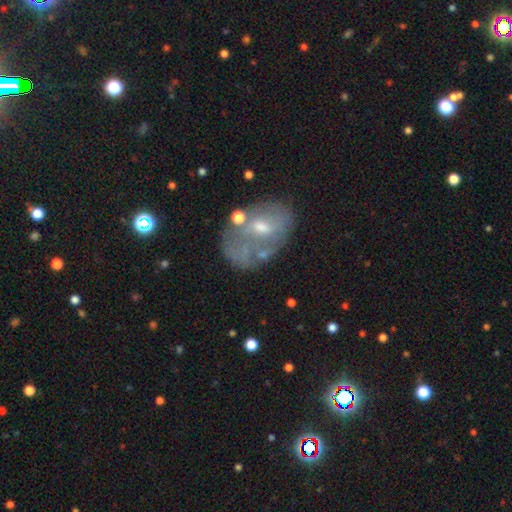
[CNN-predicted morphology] Smooth or featured: featured or disk — 53% (smooth — 33%)
Edge-on disk: no — 95% (yes — 5%)
Merging: none — 45% (minor disturbance — 23%)